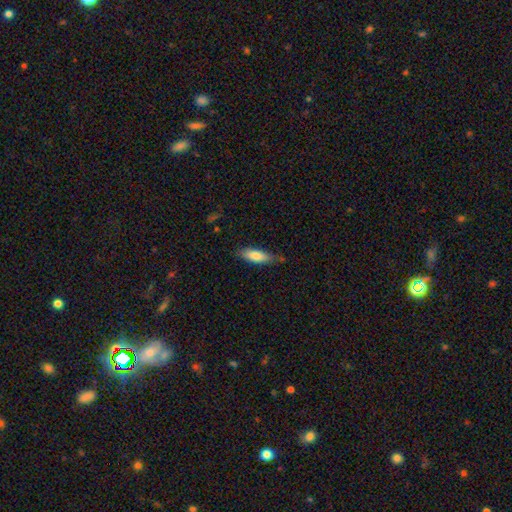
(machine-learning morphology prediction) A smooth galaxy with no disk features (79%) that is in between round and cigar-shaped (53%).

Vote fractions:
- Smooth or featured? smooth: 79% / featured or disk: 15% / star or artifact: 6%
- How rounded? in between: 53% / cigar-shaped: 45% / round: 2%
- Merging? none: 68% / minor disturbance: 25% / major disturbance: 5% / merger: 3%